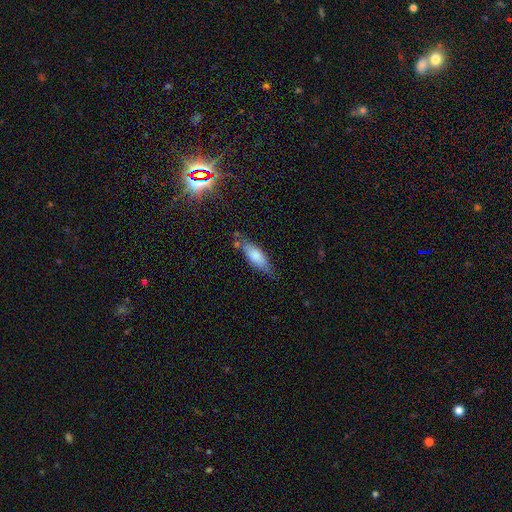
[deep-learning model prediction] smooth_or_featured: smooth (p=0.74) [alt: featured or disk p=0.19]
how_rounded: in between (p=0.54) [alt: cigar-shaped p=0.44]
merging: none (p=0.67) [alt: minor disturbance p=0.23]